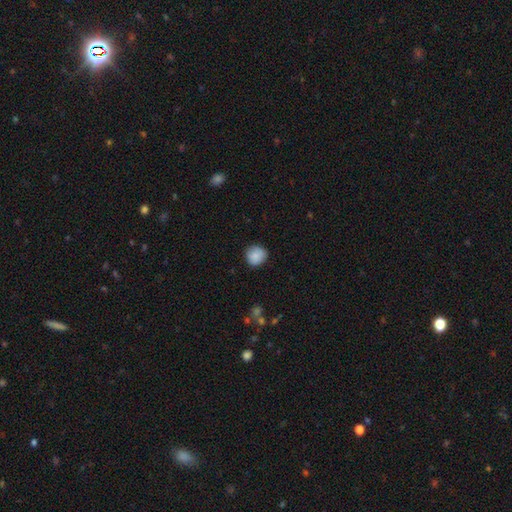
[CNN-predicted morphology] smooth-or-featured: smooth: 87% | star or artifact: 8% | featured or disk: 6%
  how-rounded: round: 91% | in between: 8% | cigar-shaped: 1%
  merging: none: 83% | minor disturbance: 13% | major disturbance: 2% | merger: 1%